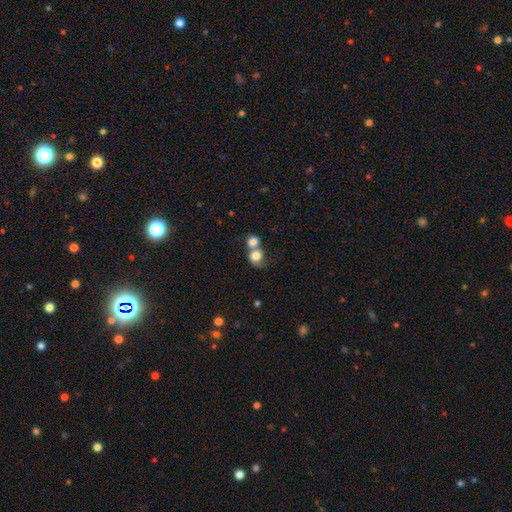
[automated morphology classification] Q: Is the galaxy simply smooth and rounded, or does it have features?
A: smooth — 80%.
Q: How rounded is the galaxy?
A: round — 72%.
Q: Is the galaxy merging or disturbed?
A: merger — 65%.